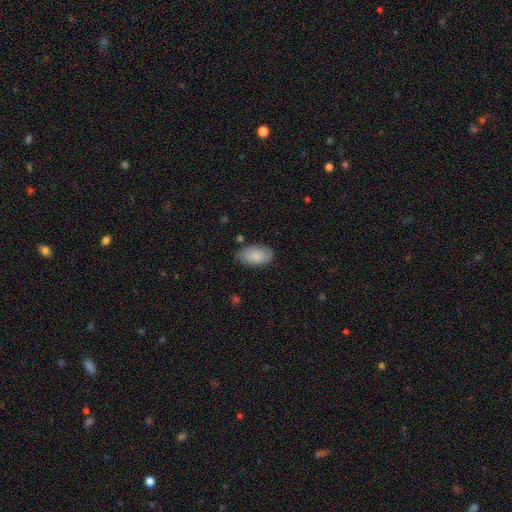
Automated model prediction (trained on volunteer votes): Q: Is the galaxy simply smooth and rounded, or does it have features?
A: smooth — 83%.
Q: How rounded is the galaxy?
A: in between — 94%.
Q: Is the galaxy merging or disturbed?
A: none — 75%.